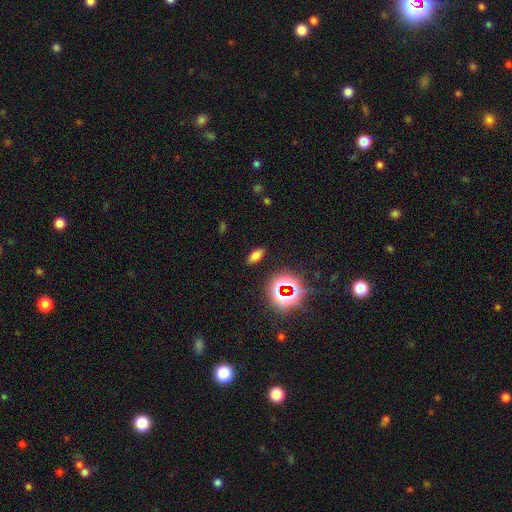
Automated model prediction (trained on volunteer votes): Q: Smooth or featured?
A: smooth (65%); runner-up: star or artifact (25%)
Q: How rounded?
A: in between (78%); runner-up: cigar-shaped (15%)
Q: Merging?
A: none (87%); runner-up: minor disturbance (9%)